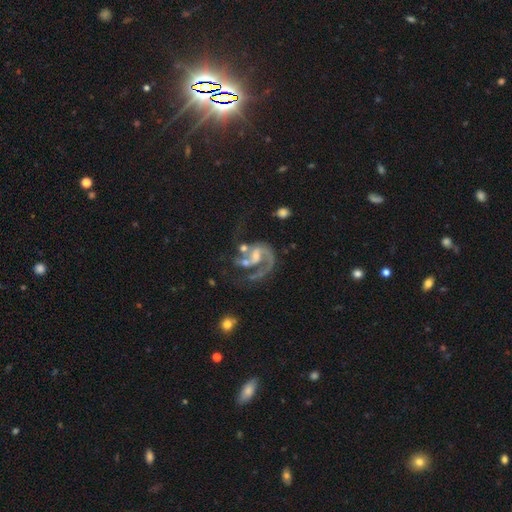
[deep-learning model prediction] featured or disk 87%, smooth 7%, star or artifact 7%. Down the decision tree: edge-on disk — no (98%); bar — weak (45%); spiral arms — yes (93%); spiral arm count — 1 (48%); spiral winding — medium (46%); bulge size — small (46%); merging — none (33%).